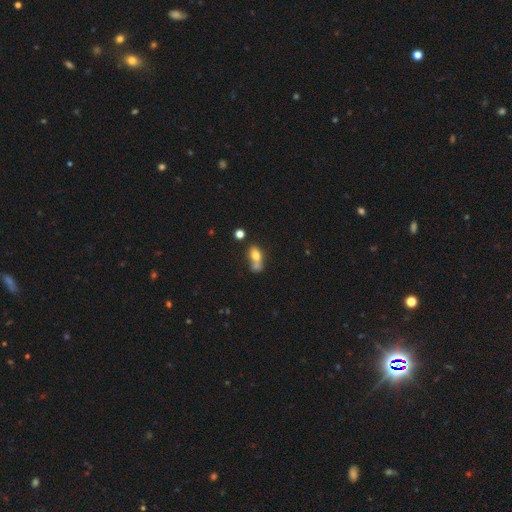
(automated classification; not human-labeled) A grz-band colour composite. It shows a smooth galaxy with no disk features (72%) that is in between round and cigar-shaped (74%). Merging: merger (47%).